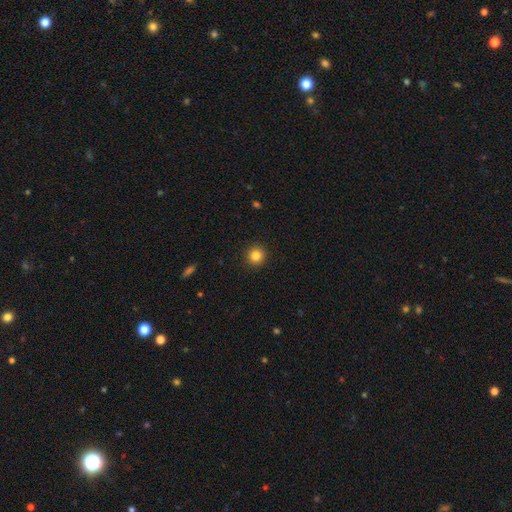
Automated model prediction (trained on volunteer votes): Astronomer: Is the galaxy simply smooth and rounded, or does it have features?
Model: smooth — 84%.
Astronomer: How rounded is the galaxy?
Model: round — 93%.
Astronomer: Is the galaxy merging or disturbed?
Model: none — 92%.